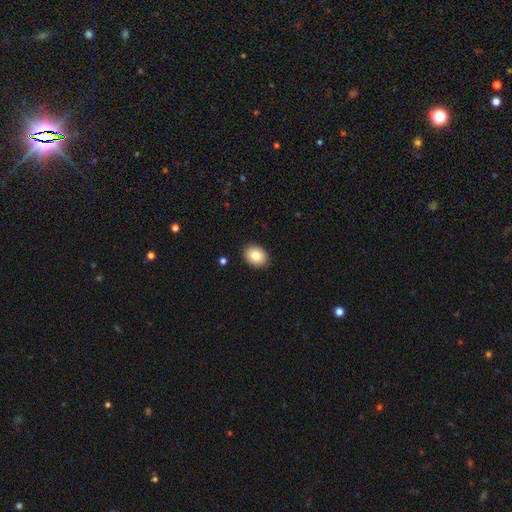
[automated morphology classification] This is clearly a smooth galaxy (82%). How rounded: likely in between (64%). Merging: clearly none (90%).